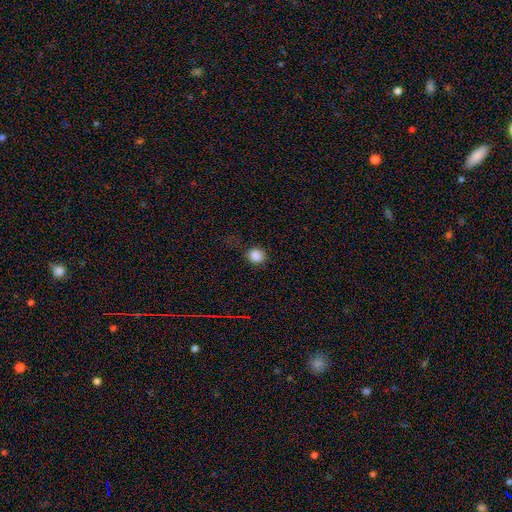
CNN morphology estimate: smooth_or_featured: smooth (p=0.84) [alt: star or artifact p=0.12]
how_rounded: round (p=0.79) [alt: in between p=0.19]
merging: none (p=0.78) [alt: minor disturbance p=0.15]